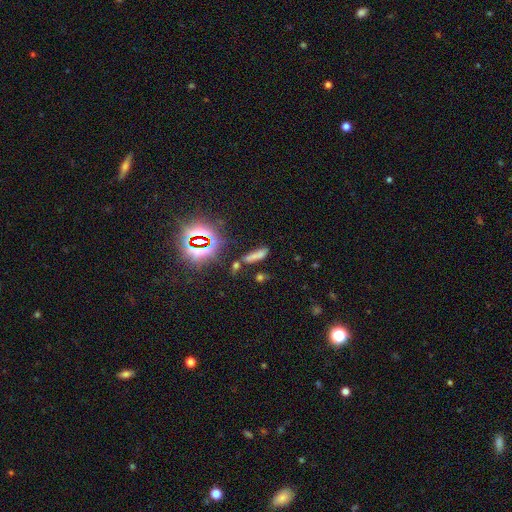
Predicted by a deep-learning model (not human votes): This appears to be a smooth galaxy with no disk features (62%) that is cigar-shaped (70%). Merging: none (61%).